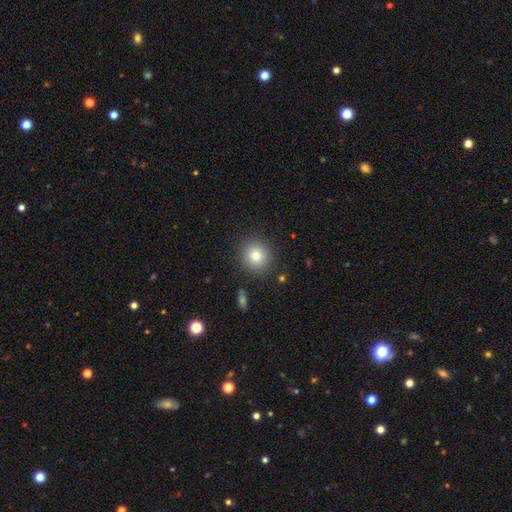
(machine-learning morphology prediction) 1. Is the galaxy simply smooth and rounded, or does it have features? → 80% smooth, 11% star or artifact, 9% featured or disk.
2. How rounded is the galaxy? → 90% round, 9% in between, 1% cigar-shaped.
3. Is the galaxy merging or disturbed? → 88% none, 7% minor disturbance, 3% major disturbance, 2% merger.